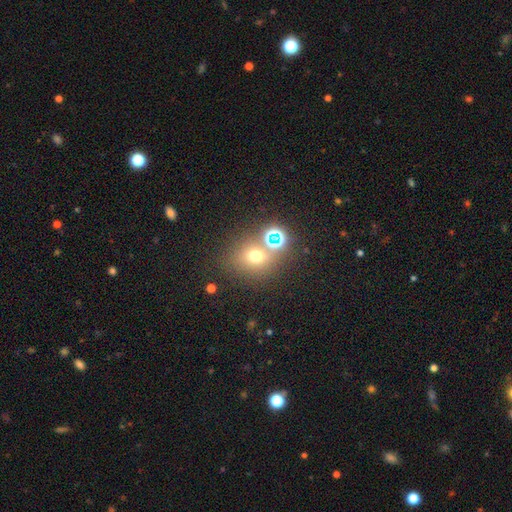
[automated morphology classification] smooth 61%, star or artifact 28%, featured or disk 11%. Down the decision tree: how rounded — round (78%); merging — none (65%).